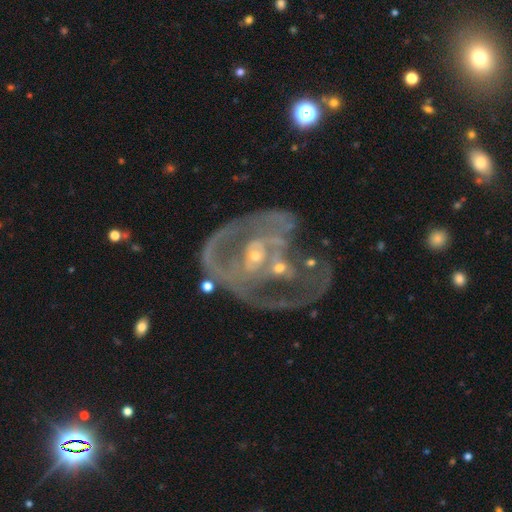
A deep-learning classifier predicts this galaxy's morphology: A featured or disk galaxy (81%) with no bar (67%), spiral arms (57%) and a small central bulge (71%).

Vote fractions:
- Smooth or featured? featured or disk: 81% / smooth: 11% / star or artifact: 8%
- Edge-on disk? no: 97% / yes: 3%
- Bar? no: 67% / weak: 22% / strong: 11%
- Spiral arms? yes: 57% / no: 43%
- Bulge size? small: 71% / moderate: 18% / none: 7% / large: 2% / dominant: 1%
- Merging? merger: 41% / major disturbance: 25% / none: 21% / minor disturbance: 13%